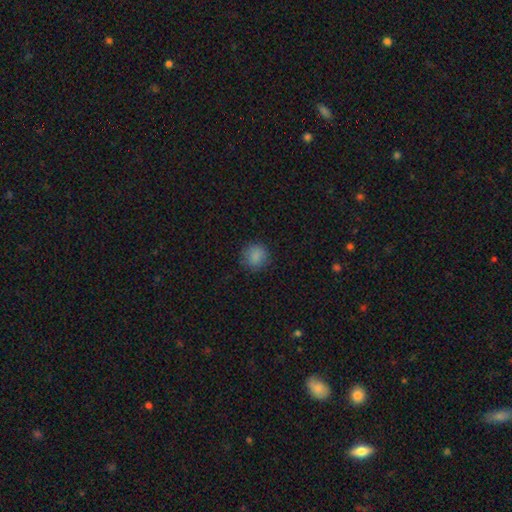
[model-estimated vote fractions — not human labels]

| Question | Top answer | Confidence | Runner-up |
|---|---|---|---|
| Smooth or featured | smooth | 86% | star or artifact (10%) |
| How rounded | round | 89% | in between (10%) |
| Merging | none | 85% | minor disturbance (11%) |